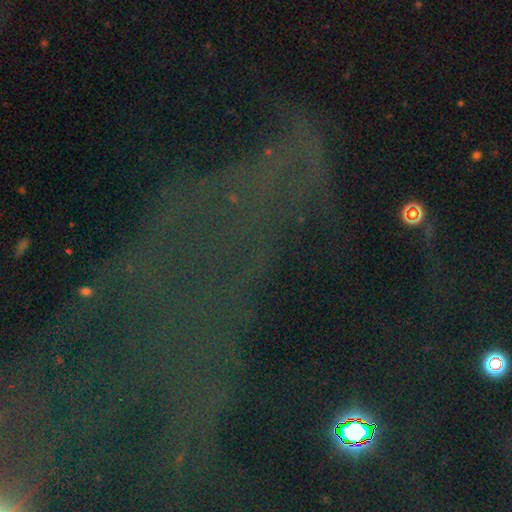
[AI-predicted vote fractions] Smooth or featured? star or artifact (78%)